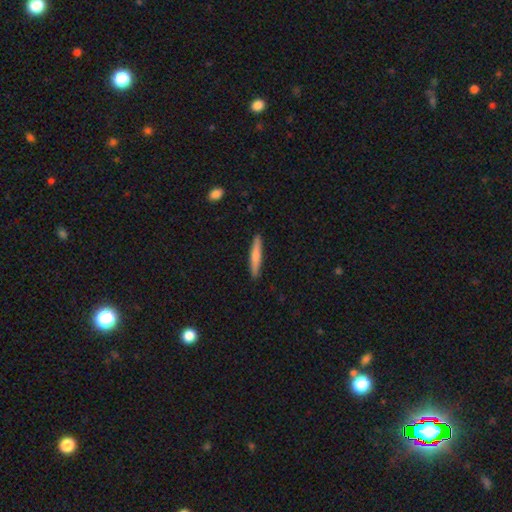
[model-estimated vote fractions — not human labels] The model was most divided on "smooth or featured": smooth: 71%, featured or disk: 24%, star or artifact: 5%. More confident: how rounded — cigar-shaped (93%); merging — none (91%).